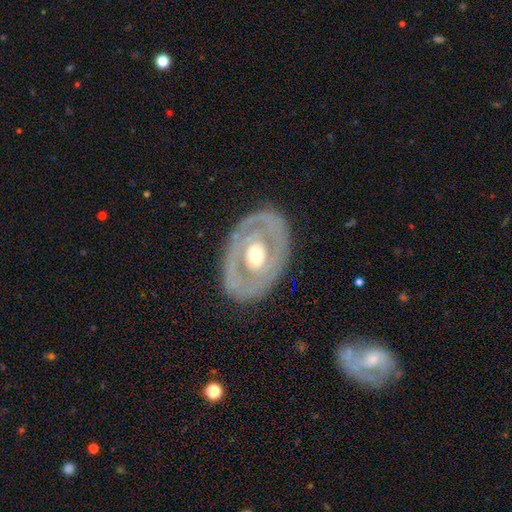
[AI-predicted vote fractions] Smooth or featured? Predicted: featured or disk (p=0.76). Edge-on disk? Predicted: no (p=0.94). Bar? Predicted: no (p=0.74). Spiral arms? Predicted: no (p=0.59). Bulge size? Predicted: moderate (p=0.69). Merging? Predicted: none (p=0.81).